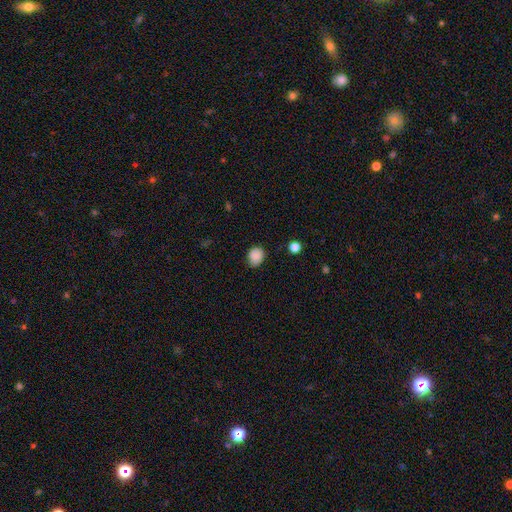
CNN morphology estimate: Overall: smooth (86%). How rounded: round (54%; in between 45%). Merging: none (75%).